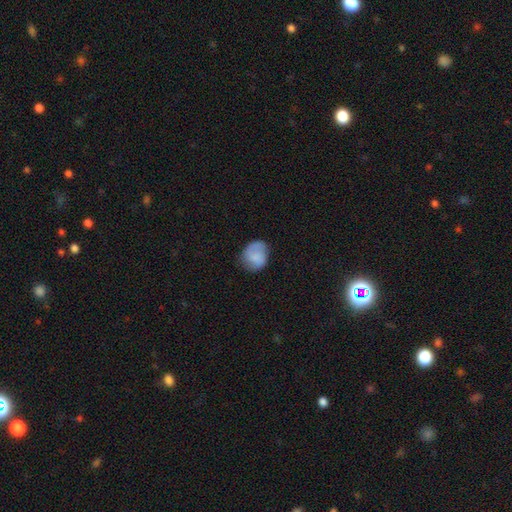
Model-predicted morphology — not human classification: Overall: smooth (63%; featured or disk 29%). How rounded: round (59%; in between 40%). Merging: none (65%).